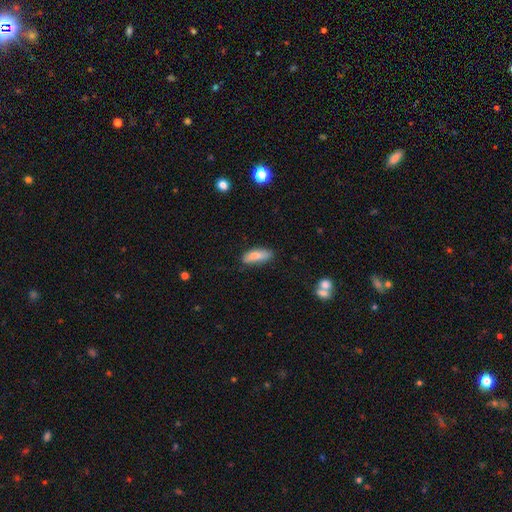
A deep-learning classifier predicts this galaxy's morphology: The model was most divided on "how rounded": in between: 67%, cigar-shaped: 30%, round: 2%. More confident: smooth or featured — smooth (82%); merging — none (66%).